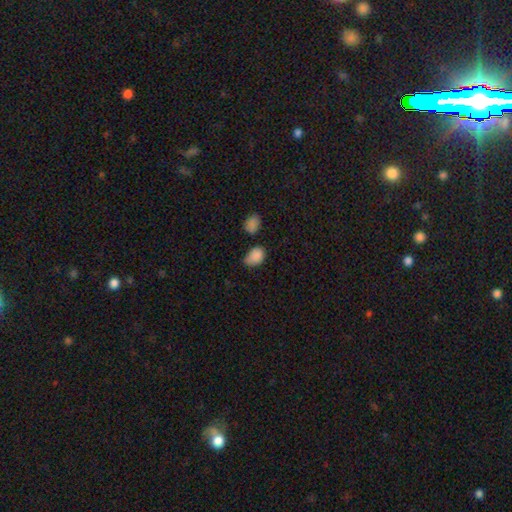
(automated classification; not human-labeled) smooth 85%, star or artifact 10%, featured or disk 5%. Down the decision tree: how rounded — in between (77%); merging — none (46%).